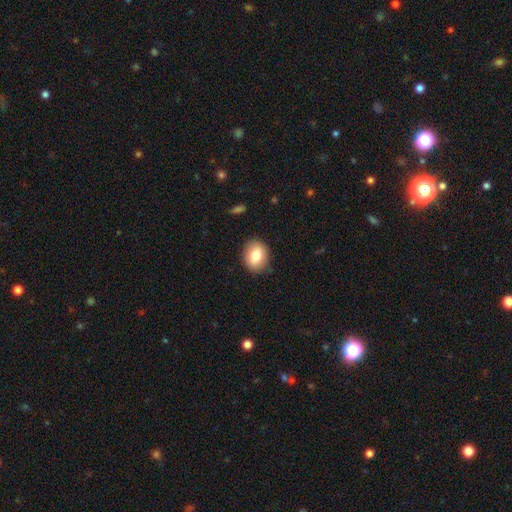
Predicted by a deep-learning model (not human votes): Smooth or featured? Predicted: smooth (p=0.80). How rounded? Predicted: round (p=0.55). Merging? Predicted: none (p=0.88).